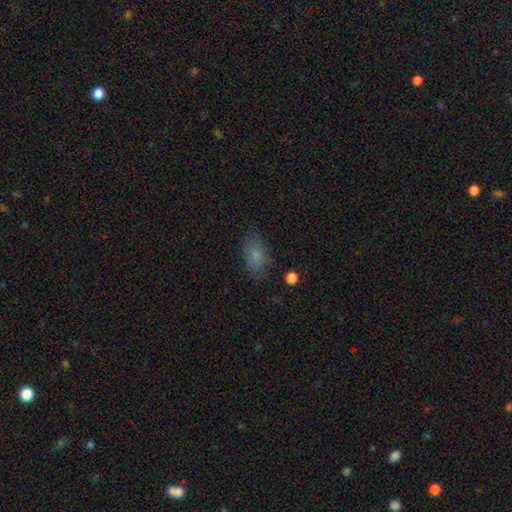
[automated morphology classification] Smooth or featured? Predicted: smooth (p=0.78). How rounded? Predicted: in between (p=0.90). Merging? Predicted: none (p=0.75).